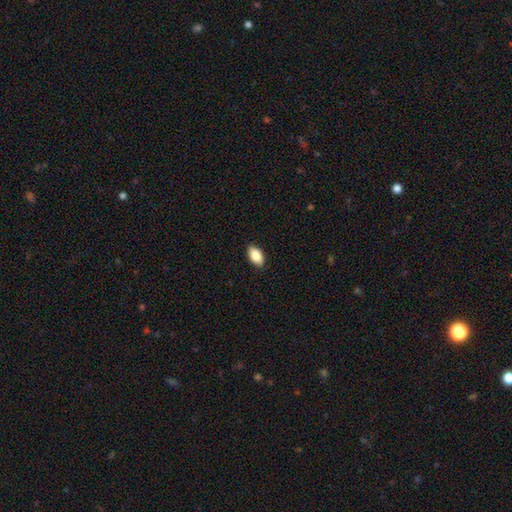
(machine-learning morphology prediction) This appears to be a smooth galaxy with no disk features (86%) that is in between round and cigar-shaped (92%). Merging: none (89%).